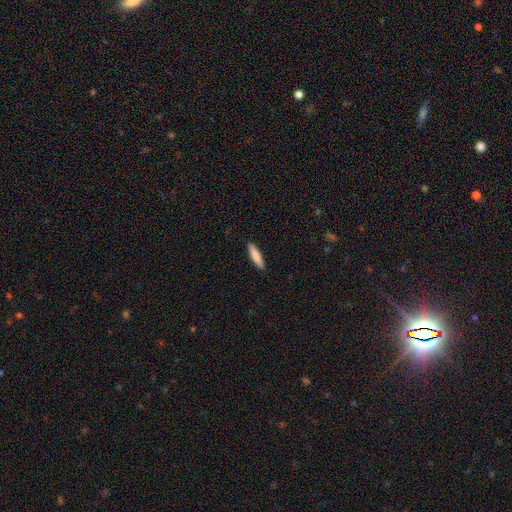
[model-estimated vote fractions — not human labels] The model was most divided on "smooth or featured": smooth: 80%, featured or disk: 15%, star or artifact: 5%. More confident: merging — none (91%); how rounded — cigar-shaped (83%).